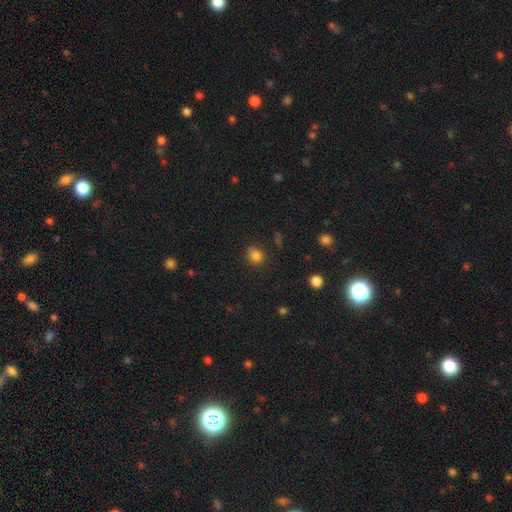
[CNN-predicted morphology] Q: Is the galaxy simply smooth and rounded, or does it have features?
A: smooth — 81%.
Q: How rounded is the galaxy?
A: round — 63%.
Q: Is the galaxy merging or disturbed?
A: none — 66%.